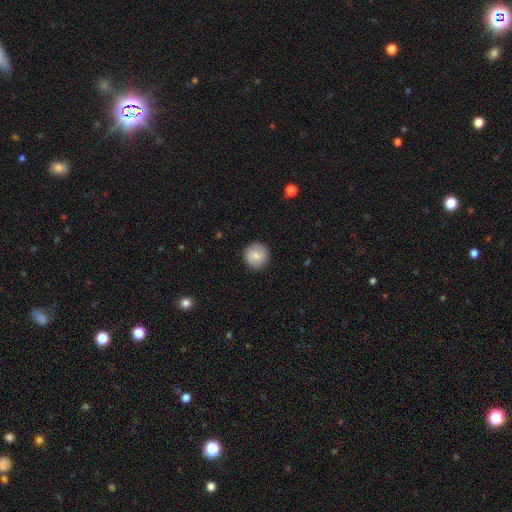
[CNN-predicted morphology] Smooth or featured? smooth (77%)
How rounded? round (95%)
Merging? none (90%)